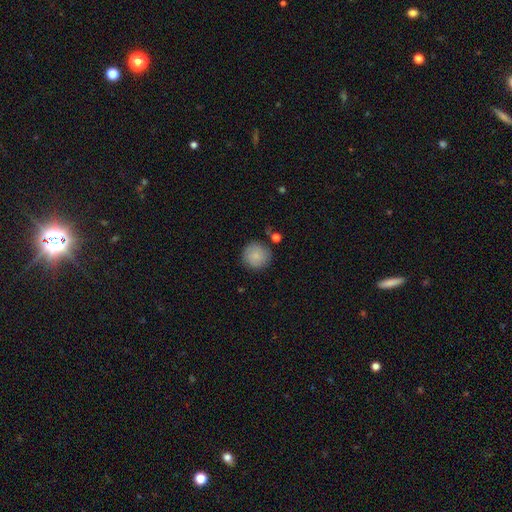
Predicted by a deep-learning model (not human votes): Smooth or featured: smooth — 85% (featured or disk — 8%)
How rounded: round — 95% (in between — 5%)
Merging: none — 85% (minor disturbance — 10%)